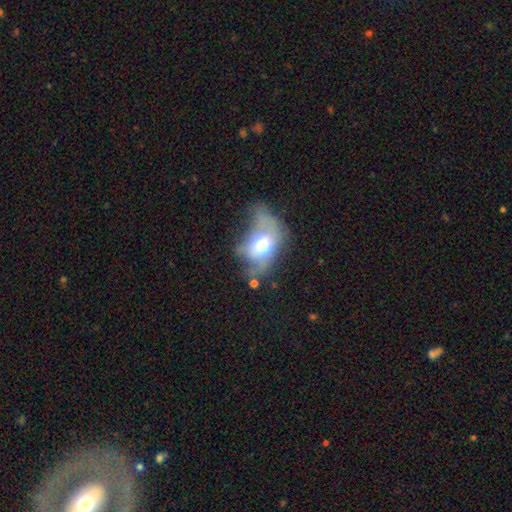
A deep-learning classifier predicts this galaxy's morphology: This is possibly a smooth galaxy (48%). Merging: marginally major disturbance (43%).